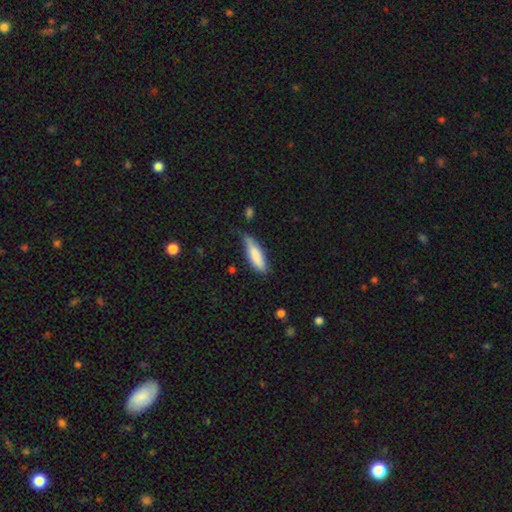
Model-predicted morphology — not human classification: Smooth or featured: smooth — 79% (featured or disk — 15%)
How rounded: cigar-shaped — 54% (in between — 45%)
Merging: none — 54% (minor disturbance — 35%)